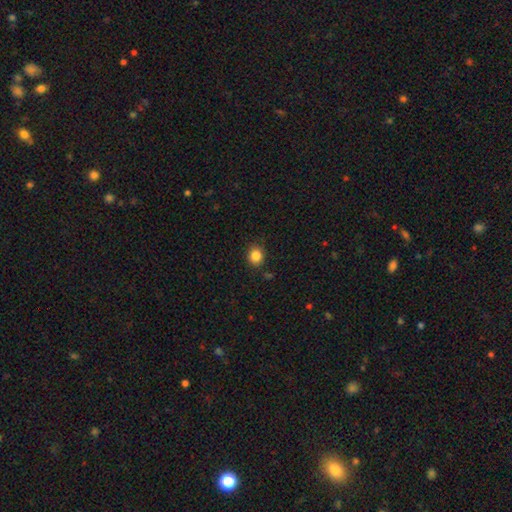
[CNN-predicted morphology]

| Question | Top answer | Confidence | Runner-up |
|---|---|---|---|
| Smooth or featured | smooth | 85% | star or artifact (11%) |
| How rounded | round | 75% | in between (24%) |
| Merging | none | 86% | minor disturbance (10%) |